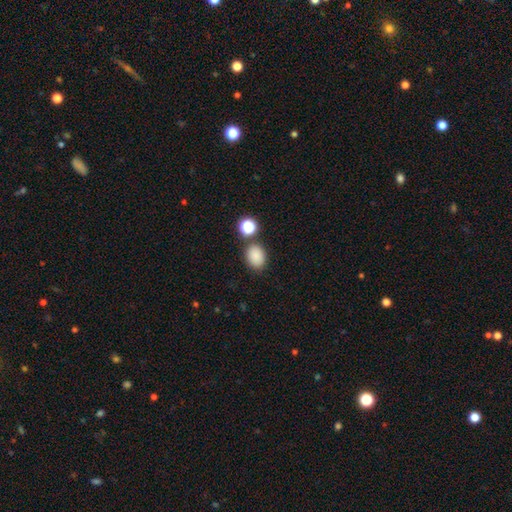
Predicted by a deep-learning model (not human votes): This appears to be a smooth galaxy with no disk features (85%) that is in between round and cigar-shaped (63%). Merging: none (78%).